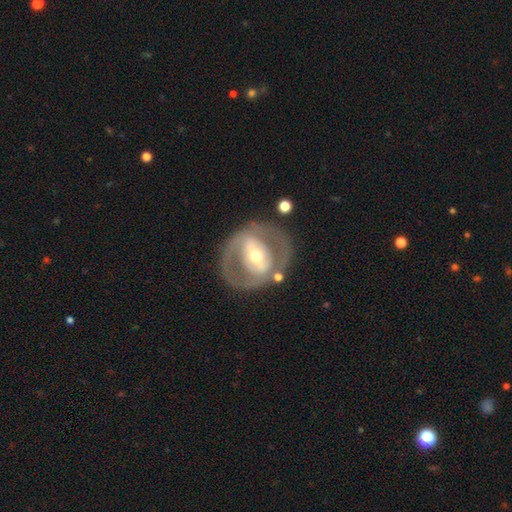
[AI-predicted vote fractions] Overall: featured or disk (74%). Edge-on disk: no (94%). Bar: strong (46%; weak 29%). Spiral arms: no (66%; yes 34%). Bulge size: moderate (64%; small 25%). Merging: none (71%).